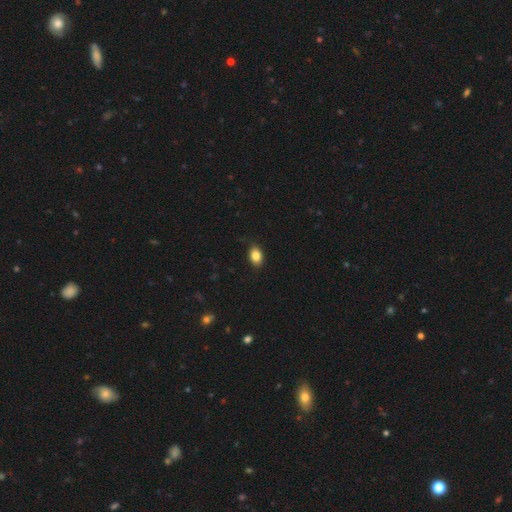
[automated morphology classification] smooth 86%, star or artifact 9%, featured or disk 5%. Down the decision tree: how rounded — in between (81%); merging — none (86%).